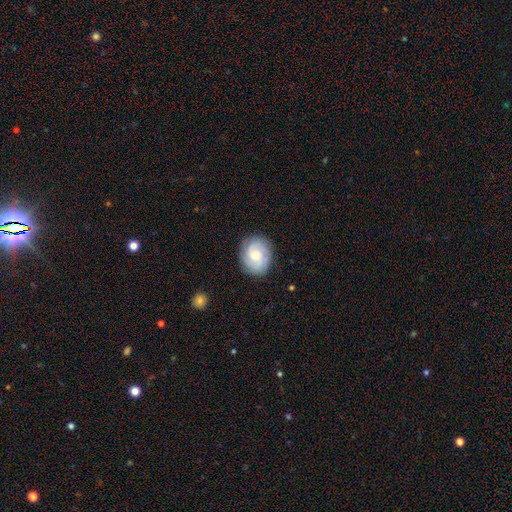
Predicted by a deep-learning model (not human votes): Smooth or featured? Predicted: smooth (p=0.47). Merging? Predicted: none (p=0.84).